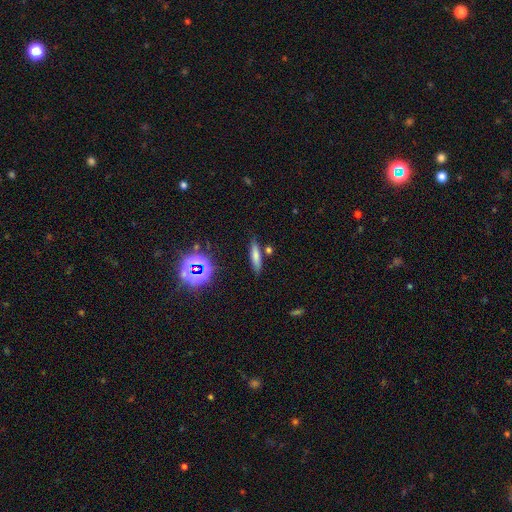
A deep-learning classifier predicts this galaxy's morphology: Overall: smooth (66%). How rounded: cigar-shaped (74%). Merging: none (80%).